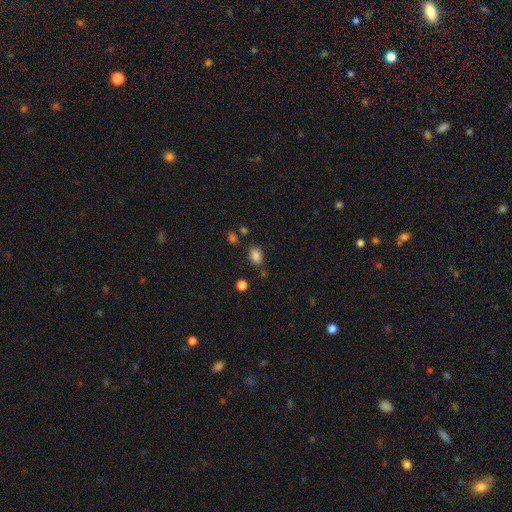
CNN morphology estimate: A smooth galaxy with no disk features (85%) that is in between round and cigar-shaped (76%). Merging: none (77%).